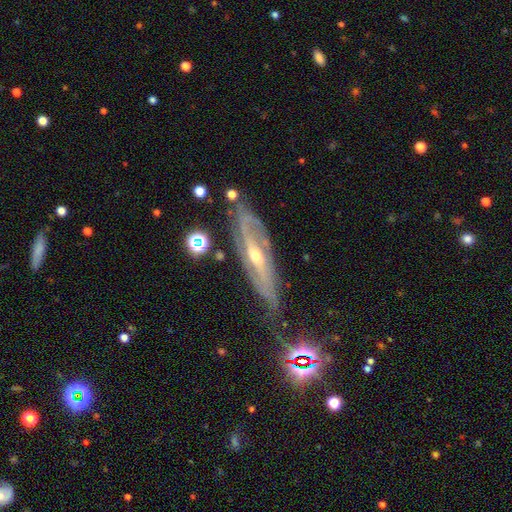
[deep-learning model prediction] A featured or disk galaxy (84%) with no bar (45%), 2 (45%) tight (53%) spiral arms (89%) and a moderate central bulge (53%).

Vote fractions:
- Smooth or featured? featured or disk: 84% / smooth: 10% / star or artifact: 6%
- Edge-on disk? no: 73% / yes: 27%
- Bar? no: 45% / weak: 34% / strong: 21%
- Spiral arms? yes: 89% / no: 11%
- Spiral winding? tight: 53% / medium: 34% / loose: 13%
- Spiral arm count? 2: 45% / can't tell: 35% / 3: 8% / 1: 4% / 4: 4% / more than 4: 3%
- Bulge size? moderate: 53% / small: 43% / large: 2% / none: 1% / dominant: 1%
- Merging? none: 67% / minor disturbance: 22% / major disturbance: 8% / merger: 3%